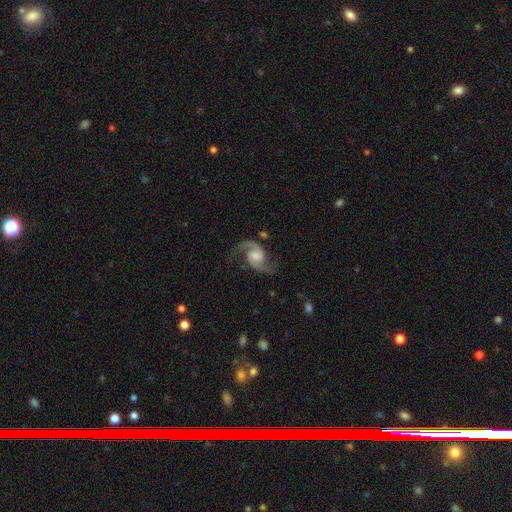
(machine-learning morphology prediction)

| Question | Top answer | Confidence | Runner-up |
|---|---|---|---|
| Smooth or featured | featured or disk | 91% | star or artifact (5%) |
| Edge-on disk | no | 98% | yes (2%) |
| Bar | no | 52% | weak (39%) |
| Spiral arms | yes | 98% | no (2%) |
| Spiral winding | medium | 49% | loose (42%) |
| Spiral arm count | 2 | 94% | 1 (2%) |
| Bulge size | moderate | 34% | small (23%) |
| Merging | none | 77% | minor disturbance (14%) |